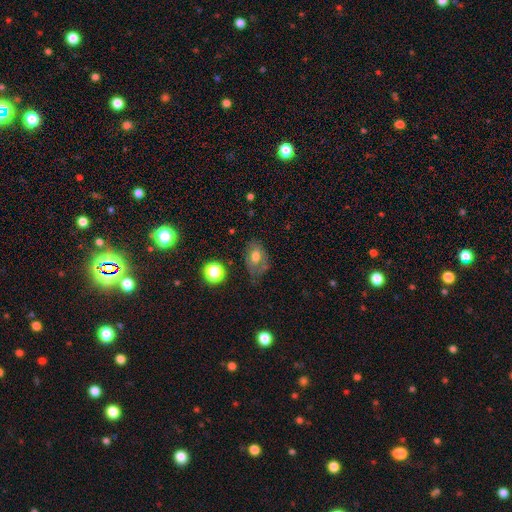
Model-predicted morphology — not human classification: A smooth galaxy with no disk features (59%) that is in between round and cigar-shaped (77%).

Vote fractions:
- Smooth or featured? smooth: 59% / featured or disk: 28% / star or artifact: 12%
- How rounded? in between: 77% / round: 21% / cigar-shaped: 2%
- Merging? none: 57% / minor disturbance: 26% / major disturbance: 13% / merger: 4%